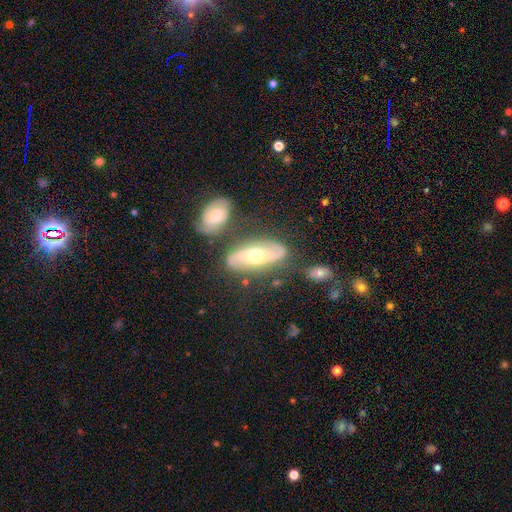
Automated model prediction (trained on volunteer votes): Q: Smooth or featured?
A: featured or disk (68%); runner-up: smooth (24%)
Q: Edge-on disk?
A: no (86%); runner-up: yes (14%)
Q: Bar?
A: no (55%); runner-up: weak (28%)
Q: Spiral arms?
A: yes (84%); runner-up: no (16%)
Q: Bulge size?
A: moderate (74%); runner-up: small (15%)
Q: Merging?
A: none (69%); runner-up: minor disturbance (14%)